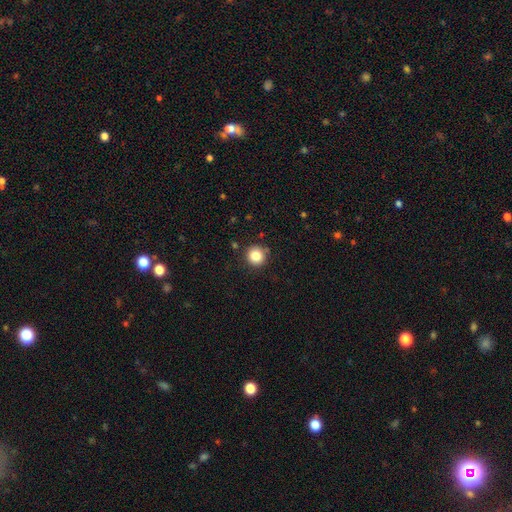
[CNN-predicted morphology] smooth 85%, star or artifact 10%, featured or disk 4%. Down the decision tree: how rounded — round (94%); merging — none (86%).